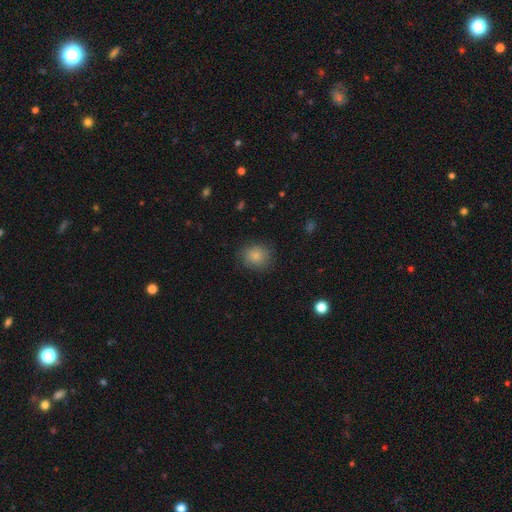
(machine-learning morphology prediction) Q: Smooth or featured?
A: smooth (84%); runner-up: star or artifact (8%)
Q: How rounded?
A: round (78%); runner-up: in between (21%)
Q: Merging?
A: none (80%); runner-up: minor disturbance (15%)